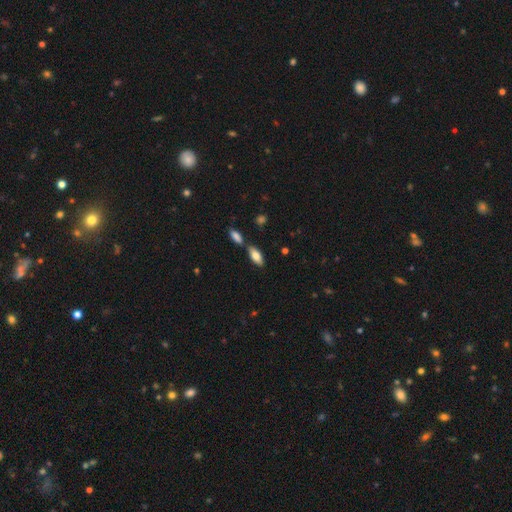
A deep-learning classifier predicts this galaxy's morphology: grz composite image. It shows a smooth galaxy with no disk features (78%) that is in between round and cigar-shaped (80%). Merging: none (67%).